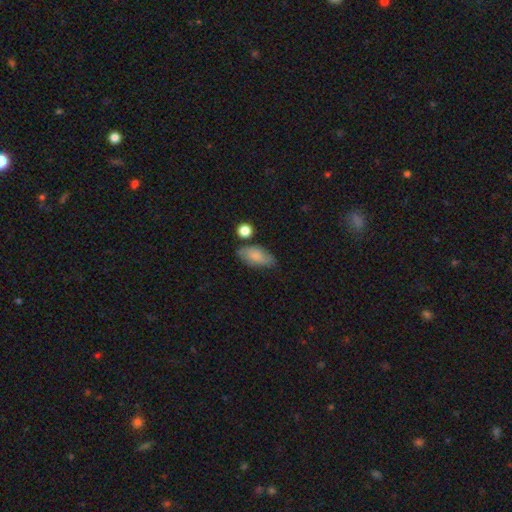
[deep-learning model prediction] smooth_or_featured: smooth (p=0.71) [alt: featured or disk p=0.22]
how_rounded: in between (p=0.88) [alt: cigar-shaped p=0.07]
merging: none (p=0.66) [alt: minor disturbance p=0.22]